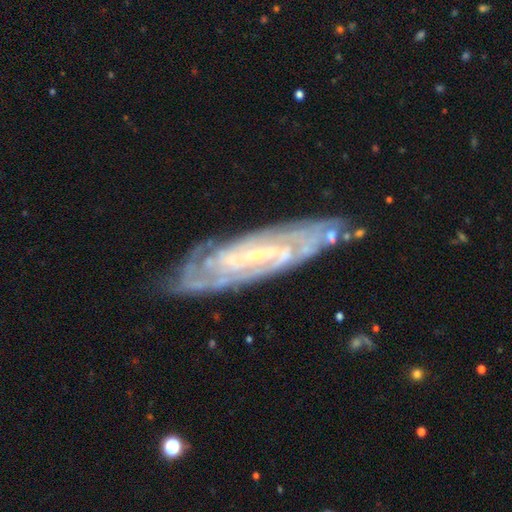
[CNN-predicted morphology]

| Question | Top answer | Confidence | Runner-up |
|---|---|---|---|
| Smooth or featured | featured or disk | 87% | smooth (7%) |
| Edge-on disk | no | 84% | yes (16%) |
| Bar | weak | 41% | strong (33%) |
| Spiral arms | yes | 96% | no (4%) |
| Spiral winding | tight | 67% | medium (27%) |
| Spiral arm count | can't tell | 34% | 2 (29%) |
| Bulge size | small | 76% | moderate (14%) |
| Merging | none | 78% | minor disturbance (16%) |